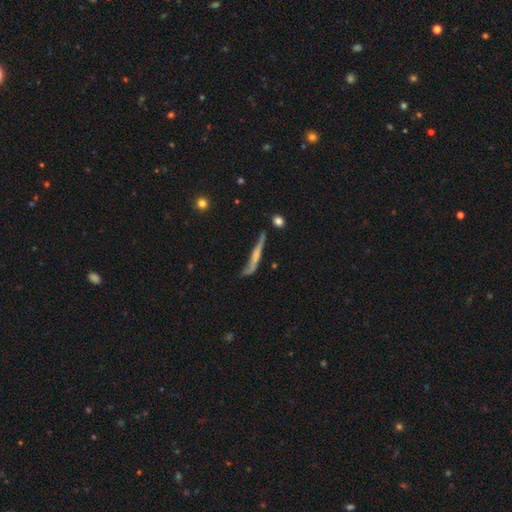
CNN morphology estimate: smooth_or_featured: featured or disk (p=0.58) [alt: smooth p=0.35]
disk_edge_on: yes (p=0.81) [alt: no p=0.19]
merging: none (p=0.46) [alt: minor disturbance p=0.28]